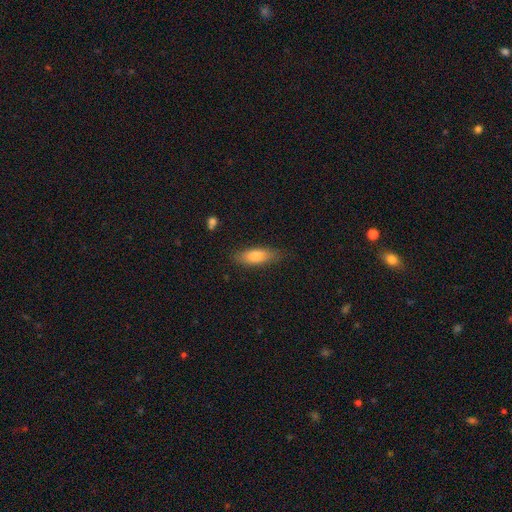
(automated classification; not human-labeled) Smooth or featured? smooth (76%)
How rounded? in between (61%)
Merging? none (81%)